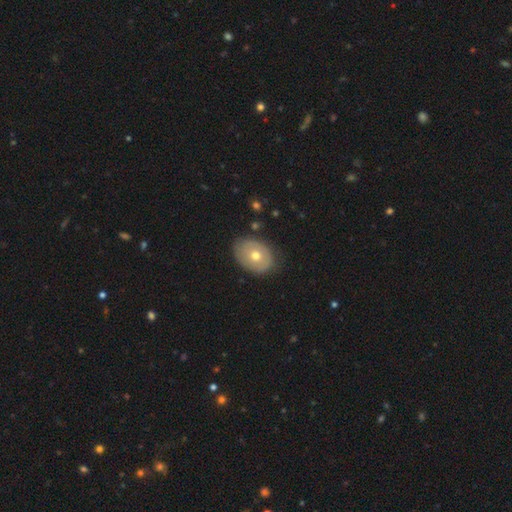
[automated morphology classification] This is possibly a smooth galaxy (55%). How rounded: likely in between (66%). Merging: likely none (77%).